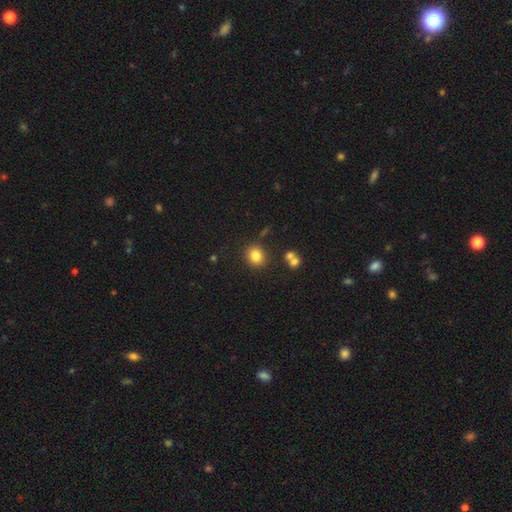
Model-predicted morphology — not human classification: smooth 82%, star or artifact 11%, featured or disk 7%. Down the decision tree: how rounded — round (71%); merging — none (83%).